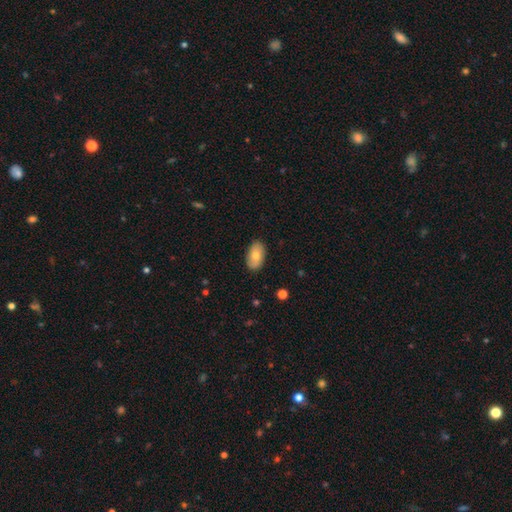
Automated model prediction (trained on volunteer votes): Morphology: type=smooth (72%); roundness=in between (93%); merging=none (85%).